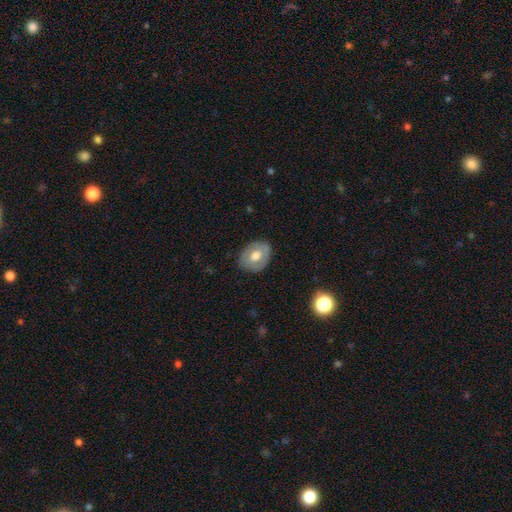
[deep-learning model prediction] Smooth or featured? Predicted: smooth (p=0.53). How rounded? Predicted: in between (p=0.64). Merging? Predicted: none (p=0.81).